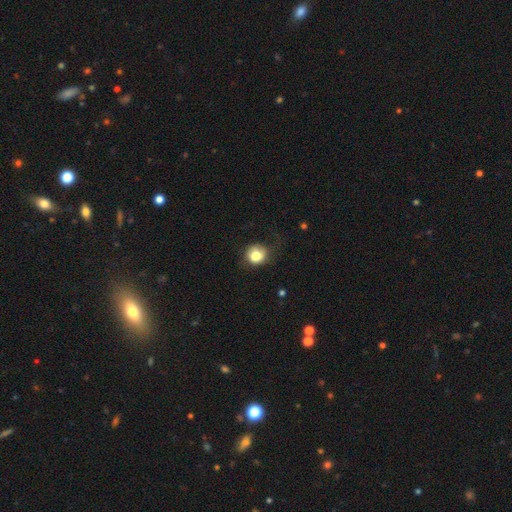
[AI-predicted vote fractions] Smooth or featured? Predicted: smooth (p=0.79). How rounded? Predicted: round (p=0.82). Merging? Predicted: none (p=0.67).